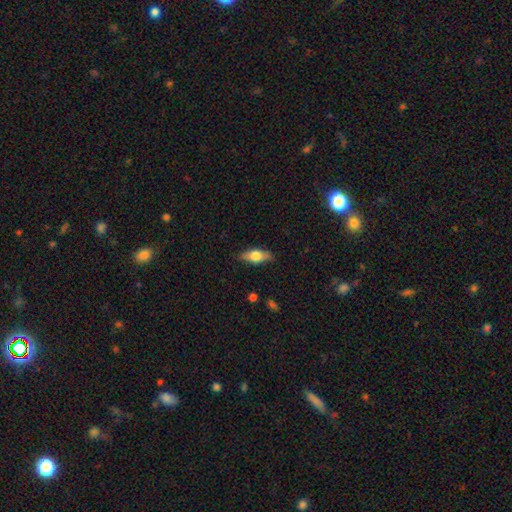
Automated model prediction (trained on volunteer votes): smooth 61%, featured or disk 33%, star or artifact 7%. Down the decision tree: how rounded — in between (74%); merging — none (83%).